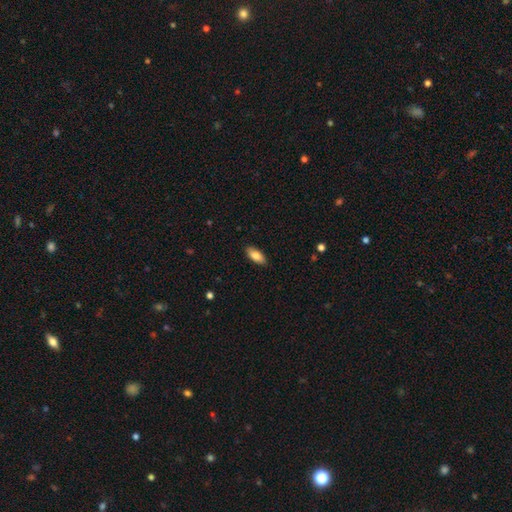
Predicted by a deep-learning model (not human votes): smooth_or_featured: smooth (p=0.83) [alt: featured or disk p=0.10]
how_rounded: in between (p=0.88) [alt: cigar-shaped p=0.10]
merging: none (p=0.89) [alt: minor disturbance p=0.08]